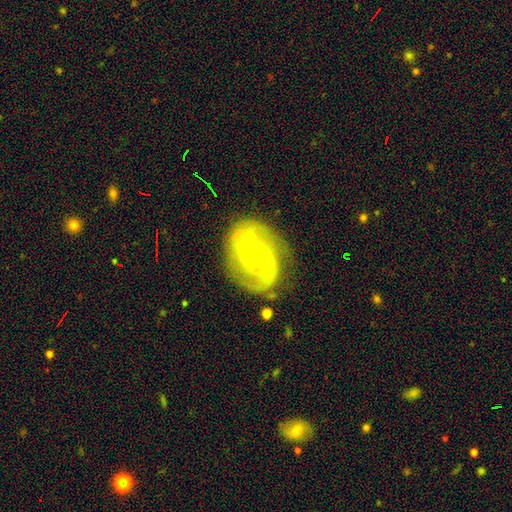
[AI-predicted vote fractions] A featured or disk galaxy (86%) with no bar (57%), 2 (77%) medium (50%) spiral arms (95%) and a small central bulge (84%).

Vote fractions:
- Smooth or featured? featured or disk: 86% / smooth: 8% / star or artifact: 6%
- Edge-on disk? no: 97% / yes: 3%
- Bar? no: 57% / weak: 33% / strong: 10%
- Spiral arms? yes: 95% / no: 5%
- Spiral winding? medium: 50% / tight: 27% / loose: 23%
- Spiral arm count? 2: 77% / can't tell: 9% / 3: 6% / 1: 3% / 4: 2% / more than 4: 2%
- Bulge size? small: 84% / moderate: 12% / none: 3% / large: 1% / dominant: 1%
- Merging? none: 72% / minor disturbance: 17% / major disturbance: 7% / merger: 3%